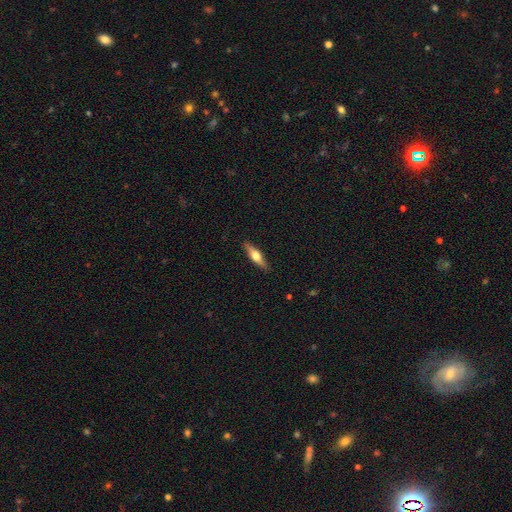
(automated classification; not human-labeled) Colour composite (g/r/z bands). It shows a featured or disk galaxy (55%) viewed edge-on (95%) with a rounded central bulge (93%). Merging: none (89%).